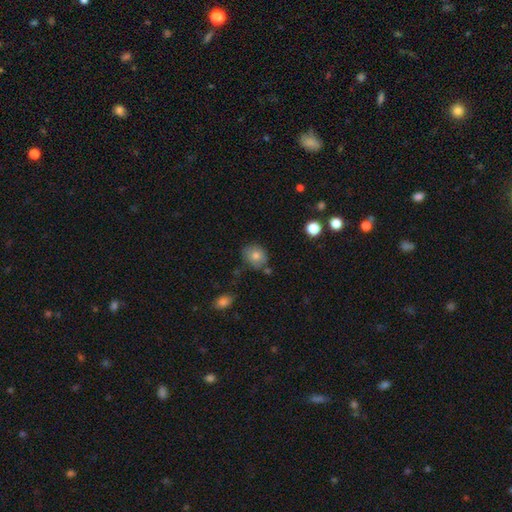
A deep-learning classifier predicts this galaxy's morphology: Smooth or featured: smooth — 76% (featured or disk — 14%)
How rounded: round — 60% (in between — 39%)
Merging: none — 71% (minor disturbance — 18%)